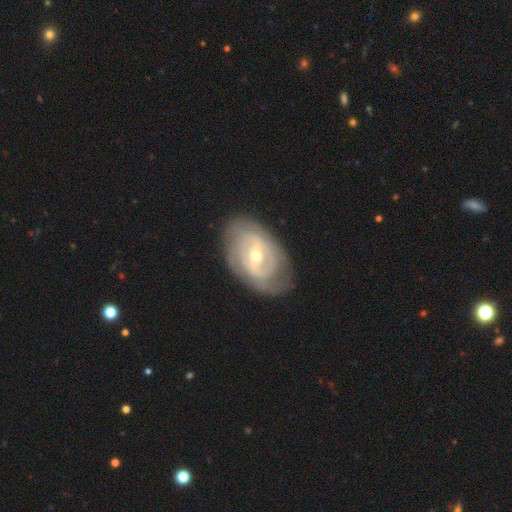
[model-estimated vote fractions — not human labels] Smooth or featured? featured or disk (81%)
Edge-on disk? no (95%)
Bar? weak (48%)
Spiral arms? yes (83%)
Spiral winding? tight (62%)
Spiral arm count? 2 (45%)
Bulge size? moderate (54%)
Merging? none (74%)